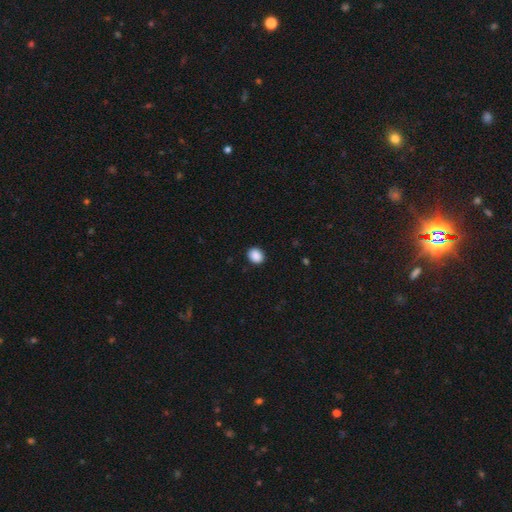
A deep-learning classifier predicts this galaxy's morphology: A smooth galaxy with no disk features (90%) that is round (62%).

Vote fractions:
- Smooth or featured? smooth: 90% / star or artifact: 8% / featured or disk: 2%
- How rounded? round: 62% / in between: 37% / cigar-shaped: 1%
- Merging? none: 91% / minor disturbance: 6% / major disturbance: 2% / merger: 1%